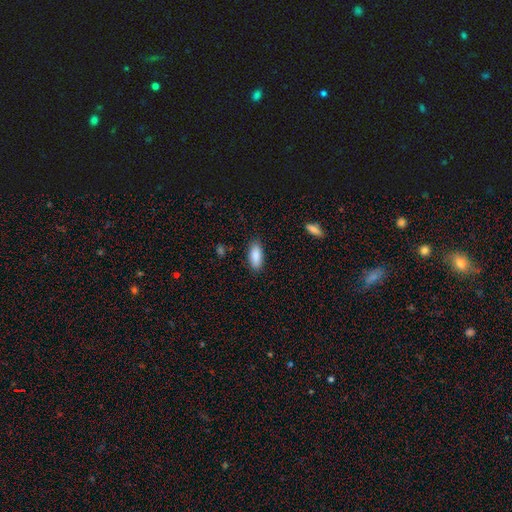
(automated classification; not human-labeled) Morphology: type=smooth (88%); roundness=in between (83%); merging=none (86%).